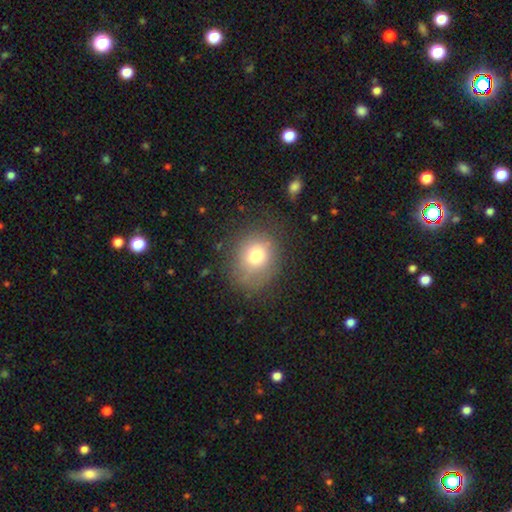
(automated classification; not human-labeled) smooth_or_featured: smooth (p=0.72) [alt: featured or disk p=0.14]
how_rounded: round (p=0.70) [alt: in between p=0.29]
merging: none (p=0.72) [alt: minor disturbance p=0.17]